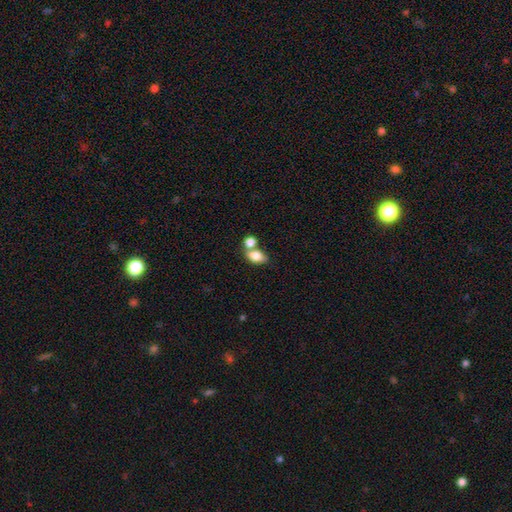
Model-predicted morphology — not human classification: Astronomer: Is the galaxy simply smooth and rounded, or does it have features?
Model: smooth — 81%.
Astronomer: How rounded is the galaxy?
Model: in between — 82%.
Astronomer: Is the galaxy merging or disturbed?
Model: merger — 47% (runner-up: none, 38%).